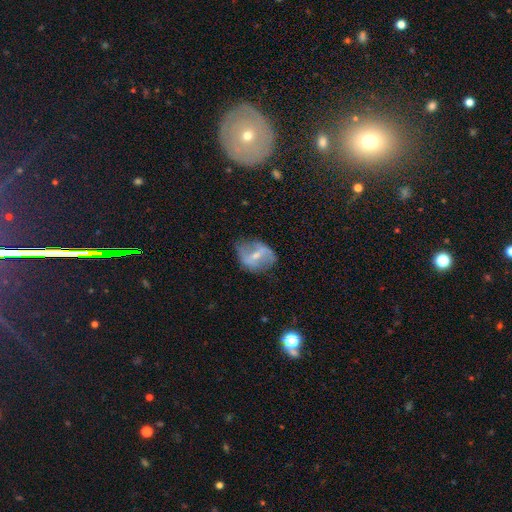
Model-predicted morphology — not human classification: Smooth or featured: featured or disk — 64% (smooth — 28%)
Edge-on disk: no — 94% (yes — 6%)
Bar: strong — 49% (weak — 36%)
Spiral arms: yes — 56% (no — 44%)
Bulge size: small — 51% (moderate — 36%)
Merging: none — 58% (minor disturbance — 26%)